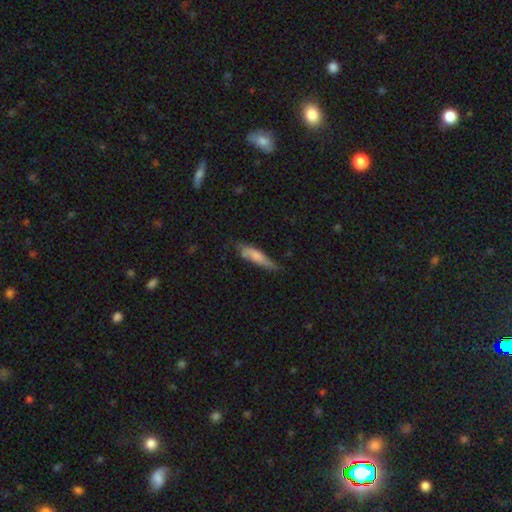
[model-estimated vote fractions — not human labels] A smooth galaxy with no disk features (68%) that is cigar-shaped (72%). Merging: none (57%).